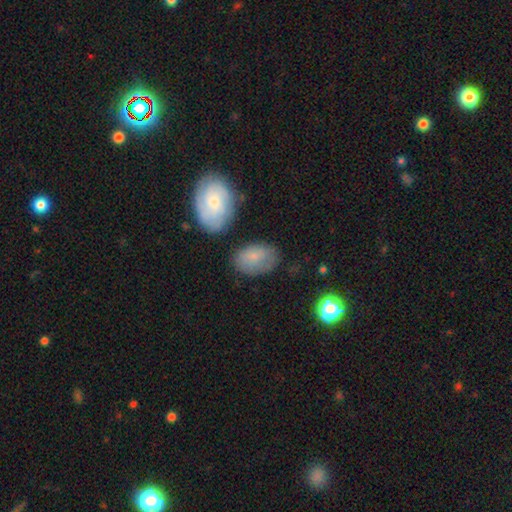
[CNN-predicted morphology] This appears to be a smooth galaxy with no disk features (73%) that is in between round and cigar-shaped (88%). Merging: none (62%).